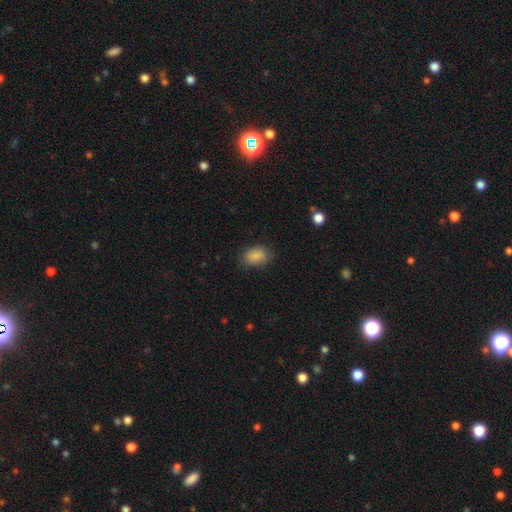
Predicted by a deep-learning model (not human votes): Smooth or featured?
  - smooth: 87% *
  - star or artifact: 8%
  - featured or disk: 5%
How rounded?
  - in between: 80% *
  - round: 19%
  - cigar-shaped: 1%
Merging?
  - none: 78% *
  - minor disturbance: 17%
  - major disturbance: 4%
  - merger: 1%